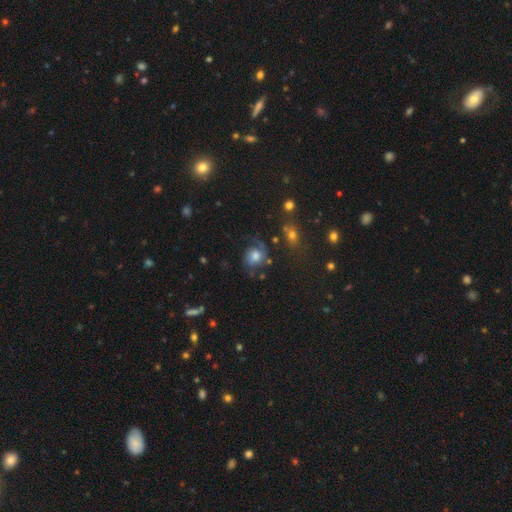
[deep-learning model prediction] A featured or disk galaxy (45%).

Vote fractions:
- Smooth or featured? featured or disk: 45% / smooth: 43% / star or artifact: 12%
- Merging? none: 51% / minor disturbance: 23% / major disturbance: 22% / merger: 4%